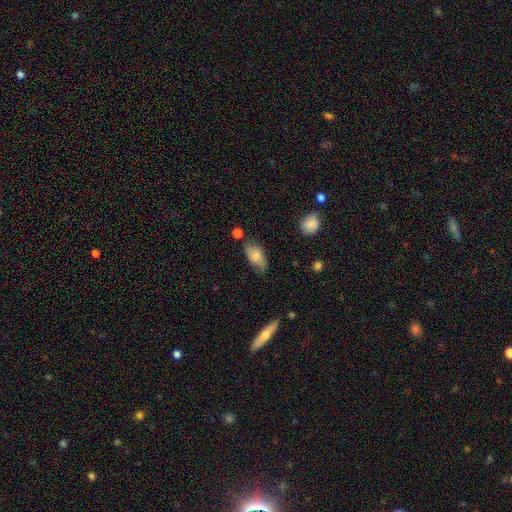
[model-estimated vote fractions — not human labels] This appears to be a smooth galaxy with no disk features (67%) that is in between round and cigar-shaped (90%). Merging: none (58%).